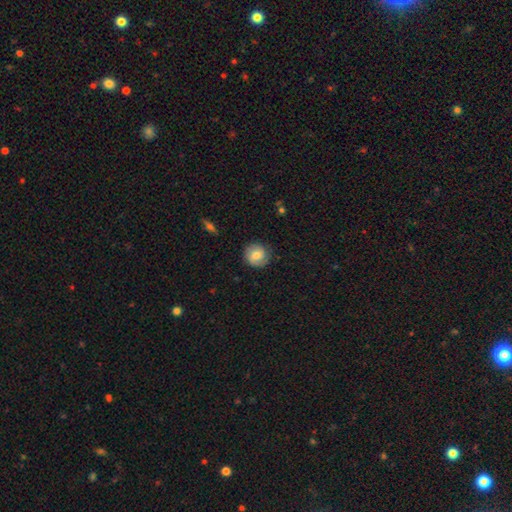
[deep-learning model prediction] smooth 66%, featured or disk 26%, star or artifact 8%. Down the decision tree: how rounded — round (89%); merging — none (82%).